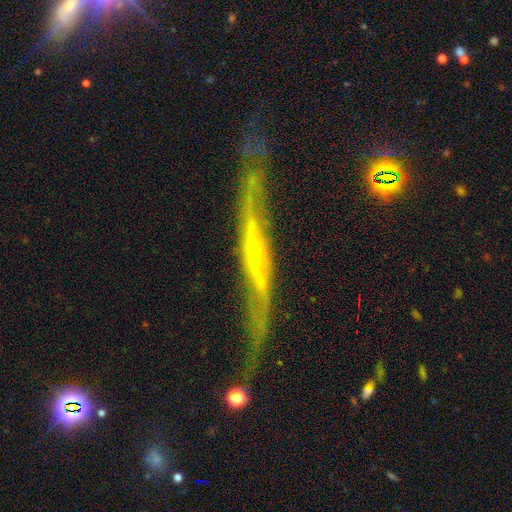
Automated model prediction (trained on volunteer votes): The model was most divided on "edge-on bulge": rounded: 58%, none: 36%, boxy: 6%. More confident: smooth or featured — featured or disk (82%); edge-on disk — yes (66%); merging — none (61%).